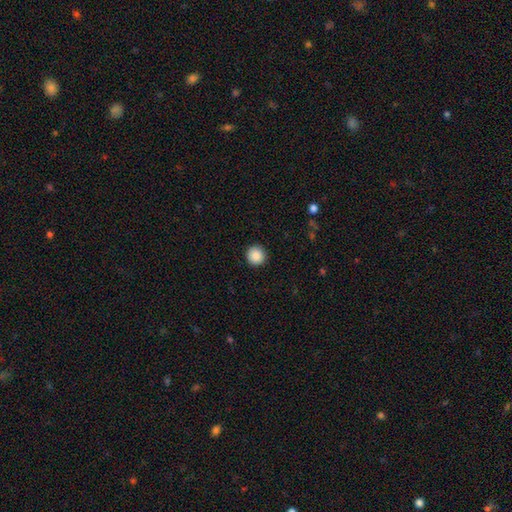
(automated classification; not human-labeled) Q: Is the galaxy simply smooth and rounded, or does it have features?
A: smooth — 88%.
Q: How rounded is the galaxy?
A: round — 95%.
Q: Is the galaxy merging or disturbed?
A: none — 93%.